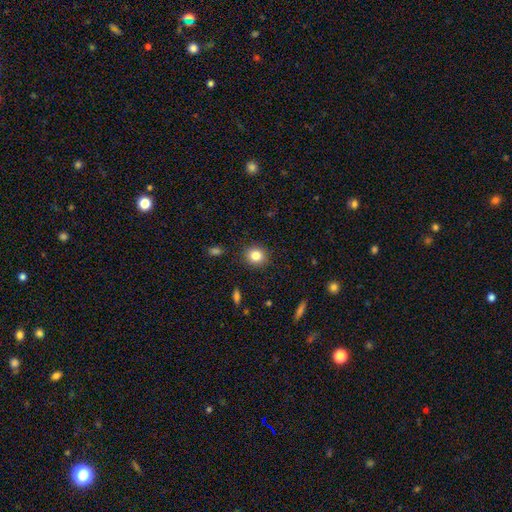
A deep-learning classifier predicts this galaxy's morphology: smooth-or-featured: smooth: 82% | star or artifact: 11% | featured or disk: 7%
  how-rounded: round: 83% | in between: 16% | cigar-shaped: 1%
  merging: none: 90% | minor disturbance: 7% | major disturbance: 2% | merger: 1%